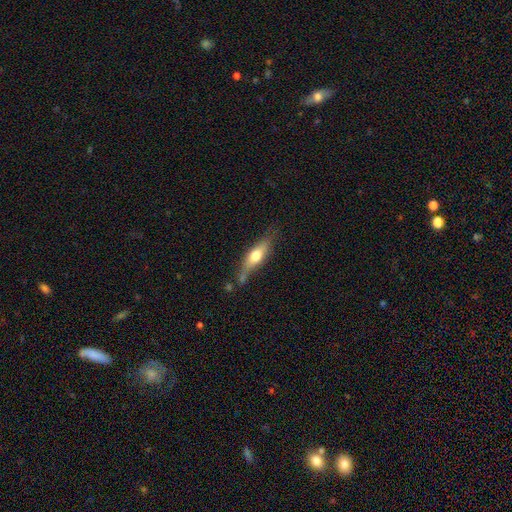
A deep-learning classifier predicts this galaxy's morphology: Overall: smooth (51%; featured or disk 42%). How rounded: cigar-shaped (53%; in between 44%). Merging: none (59%; minor disturbance 24%).